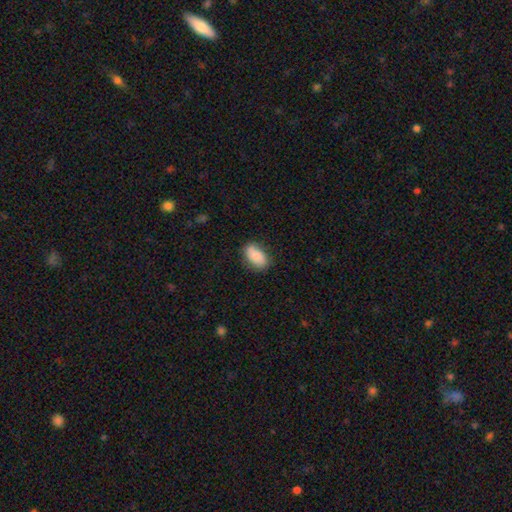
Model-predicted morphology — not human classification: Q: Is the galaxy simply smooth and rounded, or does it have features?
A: smooth — 85%.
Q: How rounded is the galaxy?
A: in between — 93%.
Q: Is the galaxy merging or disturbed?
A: none — 77%.